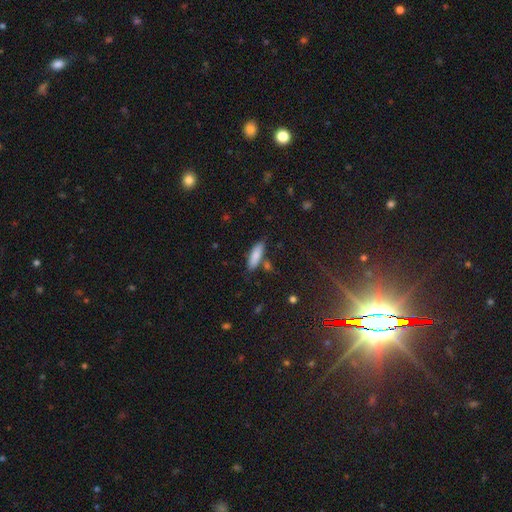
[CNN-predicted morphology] type=smooth (84%); roundness=in between (50%); merging=none (77%).